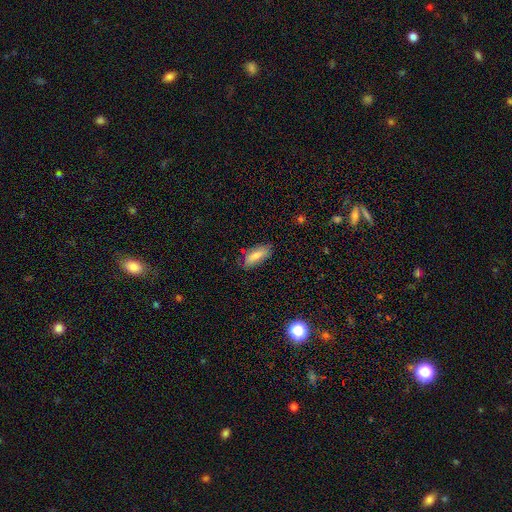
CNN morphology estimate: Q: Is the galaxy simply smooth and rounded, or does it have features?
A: smooth — 74%.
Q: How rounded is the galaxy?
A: in between — 77%.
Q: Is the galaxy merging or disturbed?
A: none — 78%.